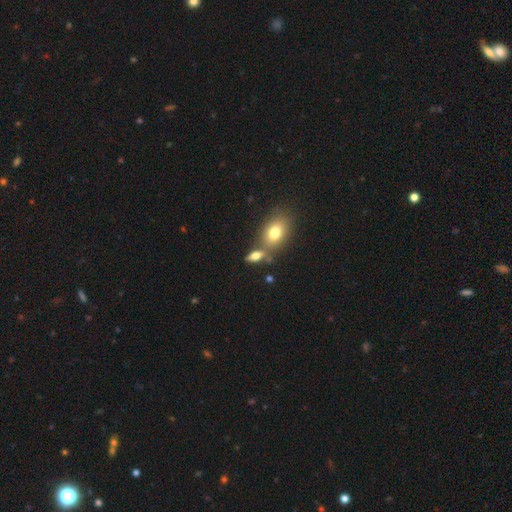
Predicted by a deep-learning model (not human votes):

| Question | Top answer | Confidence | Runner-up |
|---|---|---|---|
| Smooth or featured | smooth | 66% | featured or disk (24%) |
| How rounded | in between | 75% | cigar-shaped (15%) |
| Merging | none | 56% | merger (27%) |